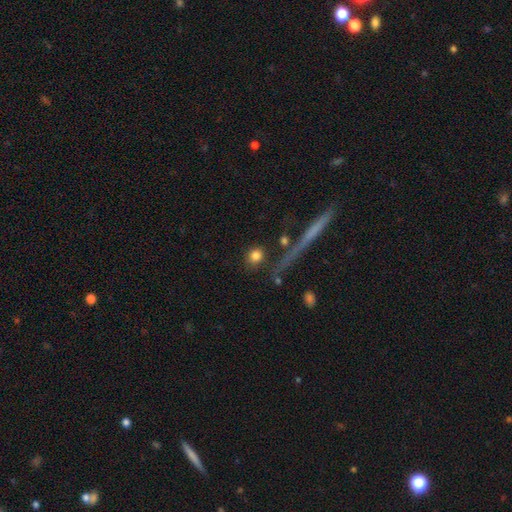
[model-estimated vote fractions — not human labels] Q: Smooth or featured?
A: smooth (81%); runner-up: star or artifact (10%)
Q: How rounded?
A: round (81%); runner-up: in between (15%)
Q: Merging?
A: none (79%); runner-up: minor disturbance (10%)